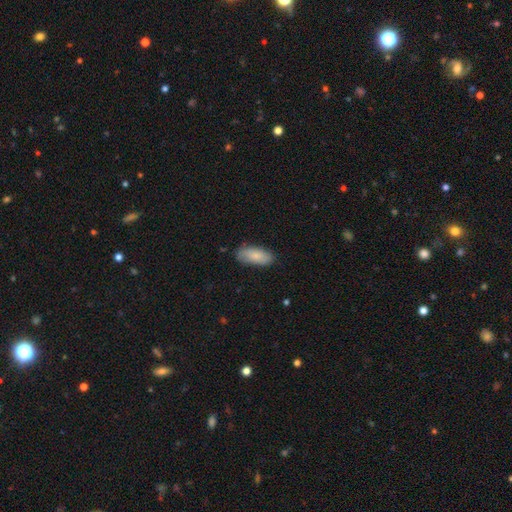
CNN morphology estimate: This appears to be a smooth galaxy with no disk features (82%) that is in between round and cigar-shaped (86%). Merging: none (79%).